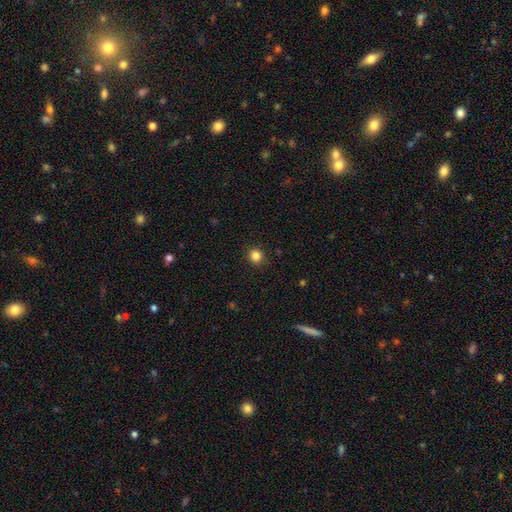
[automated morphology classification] The model was most divided on "smooth or featured": smooth: 85%, star or artifact: 12%, featured or disk: 4%. More confident: merging — none (92%); how rounded — round (90%).